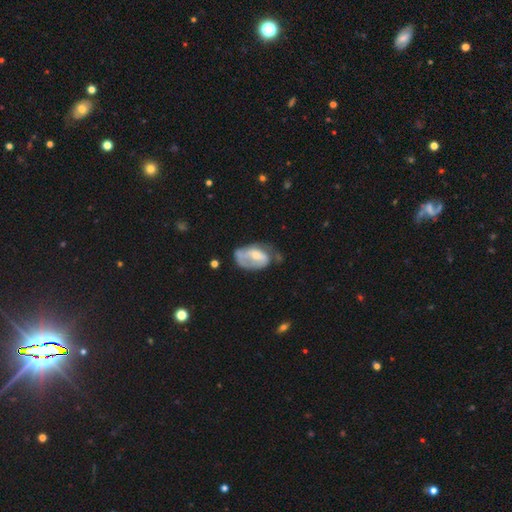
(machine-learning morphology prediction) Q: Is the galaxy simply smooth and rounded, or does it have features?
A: featured or disk — 62%.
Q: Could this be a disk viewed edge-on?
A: no — 96%.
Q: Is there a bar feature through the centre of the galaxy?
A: no — 55%.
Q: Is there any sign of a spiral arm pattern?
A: yes — 63%.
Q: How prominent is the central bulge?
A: small — 50%.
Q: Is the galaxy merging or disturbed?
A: none — 32%, tied with major disturbance.